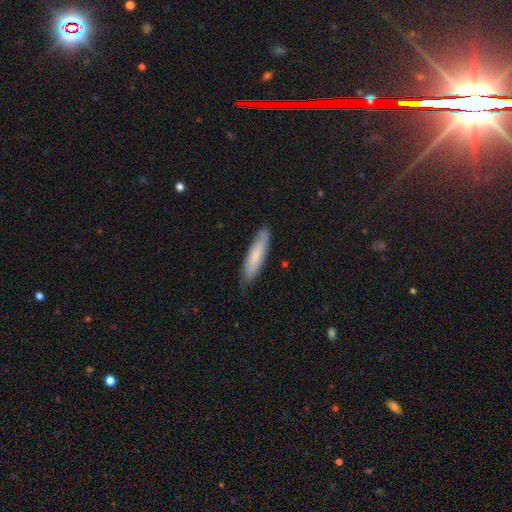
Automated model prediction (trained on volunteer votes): smooth 72%, featured or disk 22%, star or artifact 6%. Down the decision tree: how rounded — cigar-shaped (73%); merging — none (78%).